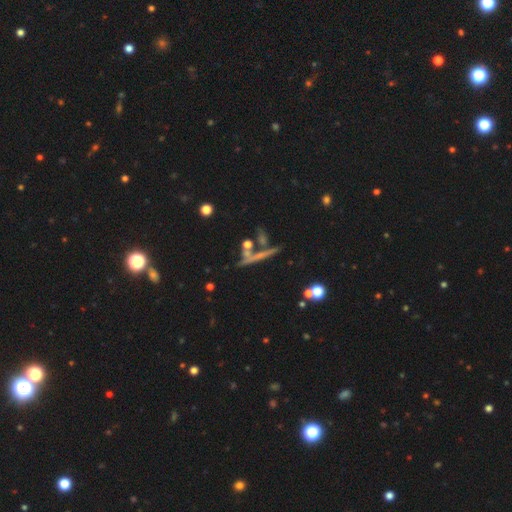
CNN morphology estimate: Q: Smooth or featured?
A: featured or disk (47%); runner-up: smooth (36%)
Q: Merging?
A: none (57%); runner-up: merger (23%)